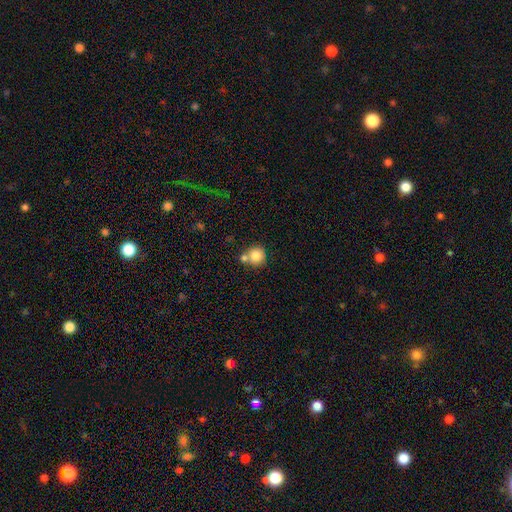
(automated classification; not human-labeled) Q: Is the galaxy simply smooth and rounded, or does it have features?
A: smooth — 83%.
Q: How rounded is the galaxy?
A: round — 91%.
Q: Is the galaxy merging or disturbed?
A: none — 56%.